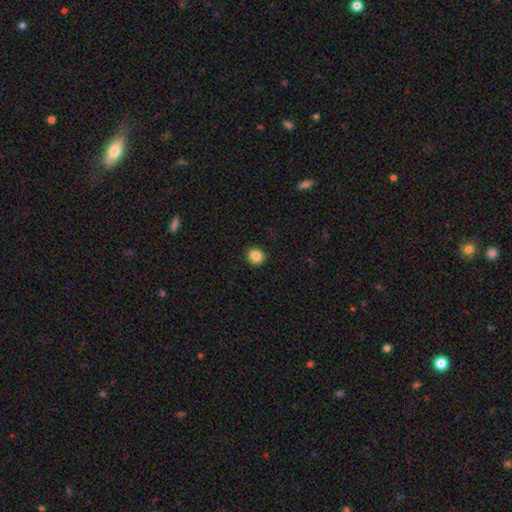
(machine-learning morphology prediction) Smooth or featured? smooth (85%)
How rounded? round (84%)
Merging? none (89%)